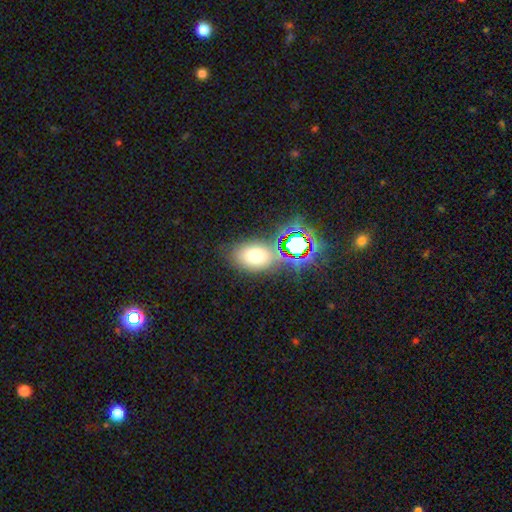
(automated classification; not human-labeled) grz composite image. It shows a smooth galaxy with no disk features (64%) that is in between round and cigar-shaped (81%). Merging: none (71%).